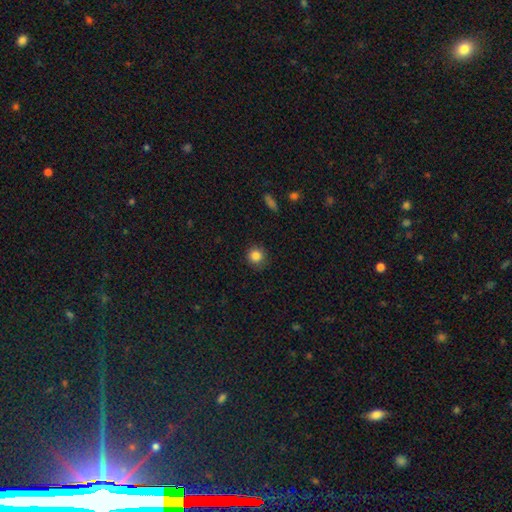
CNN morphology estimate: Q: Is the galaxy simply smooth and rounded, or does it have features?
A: smooth — 84%.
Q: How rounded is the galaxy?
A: round — 94%.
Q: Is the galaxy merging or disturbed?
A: none — 88%.